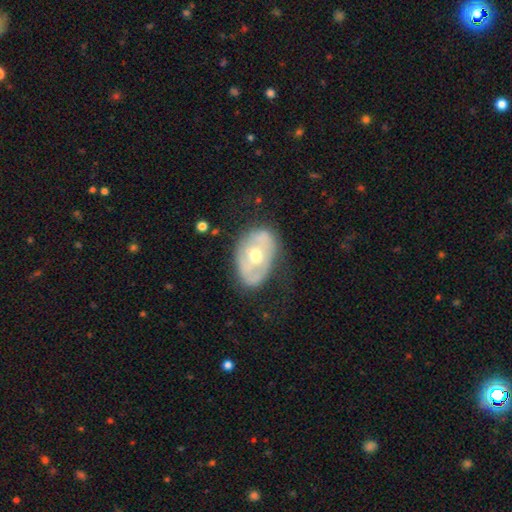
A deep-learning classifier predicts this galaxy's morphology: smooth_or_featured: featured or disk (p=0.62) [alt: smooth p=0.32]
disk_edge_on: no (p=0.92) [alt: yes p=0.08]
bar: no (p=0.70) [alt: weak p=0.20]
has_spiral_arms: no (p=0.67) [alt: yes p=0.33]
bulge_size: moderate (p=0.75) [alt: small p=0.18]
merging: none (p=0.66) [alt: minor disturbance p=0.23]